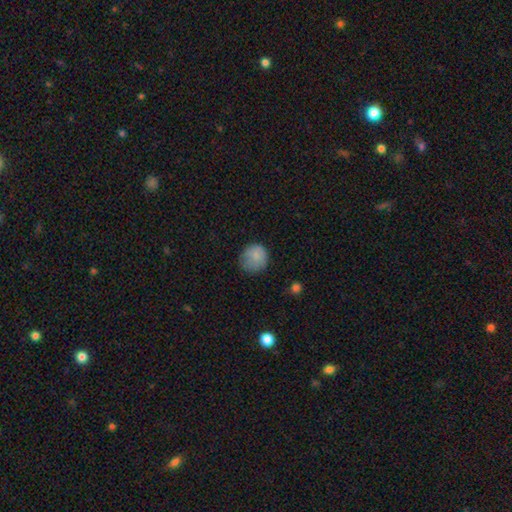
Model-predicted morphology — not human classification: Smooth or featured? Predicted: smooth (p=0.82). How rounded? Predicted: round (p=0.86). Merging? Predicted: none (p=0.68).